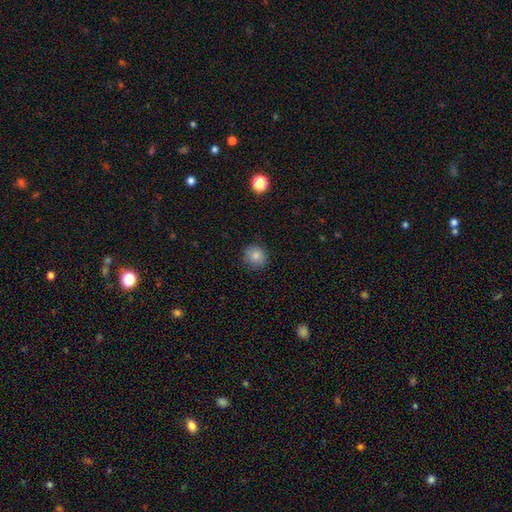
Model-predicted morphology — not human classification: Smooth or featured? smooth (83%)
How rounded? round (85%)
Merging? none (85%)